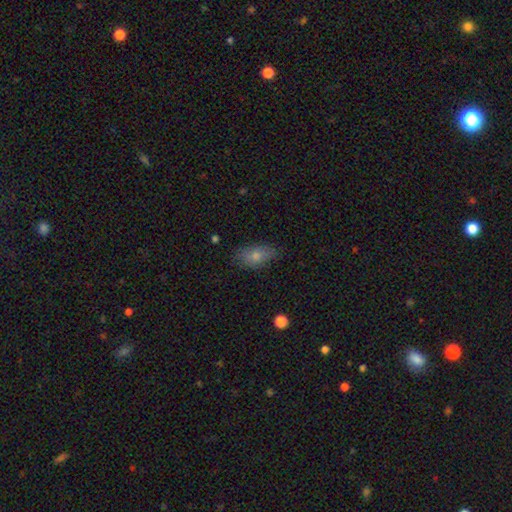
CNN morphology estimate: smooth_or_featured: smooth (p=0.69) [alt: featured or disk p=0.20]
how_rounded: in between (p=0.84) [alt: cigar-shaped p=0.09]
merging: none (p=0.76) [alt: minor disturbance p=0.18]